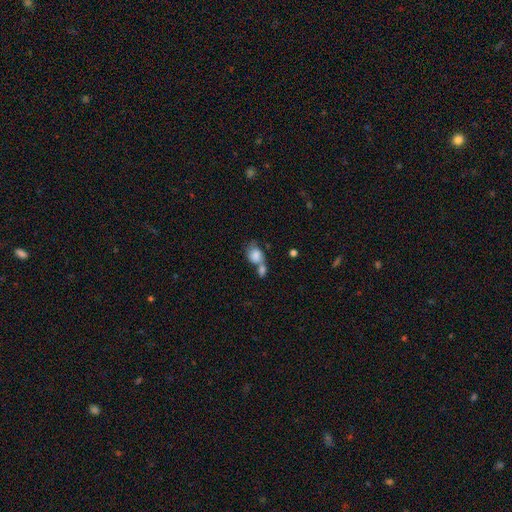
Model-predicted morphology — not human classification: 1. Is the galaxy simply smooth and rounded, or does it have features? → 79% smooth, 13% featured or disk, 8% star or artifact.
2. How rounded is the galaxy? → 63% in between, 35% round, 2% cigar-shaped.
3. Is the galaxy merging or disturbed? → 62% merger, 20% none, 10% minor disturbance, 7% major disturbance.